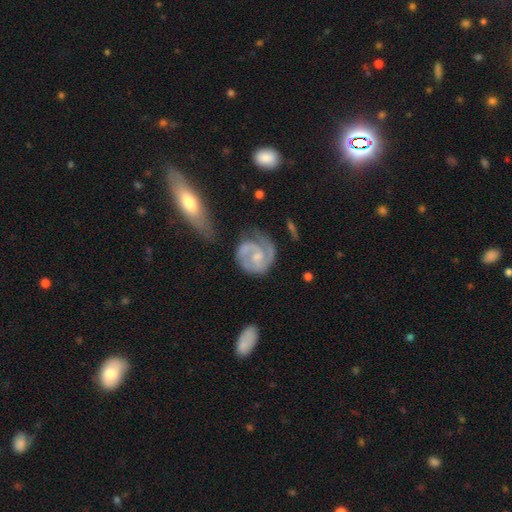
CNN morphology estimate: Smooth or featured?
  - featured or disk: 84% *
  - smooth: 11%
  - star or artifact: 5%
Edge-on disk?
  - no: 98% *
  - yes: 2%
Bar?
  - no: 55% *
  - weak: 37%
  - strong: 8%
Spiral arms?
  - yes: 95% *
  - no: 5%
Spiral winding?
  - tight: 53% *
  - medium: 37%
  - loose: 10%
Spiral arm count?
  - 2: 66% *
  - 1: 20%
  - can't tell: 7%
  - 3: 3%
  - 4: 1%
  - more than 4: 1%
Bulge size?
  - small: 46% *
  - moderate: 36%
  - none: 13%
  - large: 3%
  - dominant: 1%
Merging?
  - none: 59% *
  - minor disturbance: 21%
  - major disturbance: 15%
  - merger: 5%